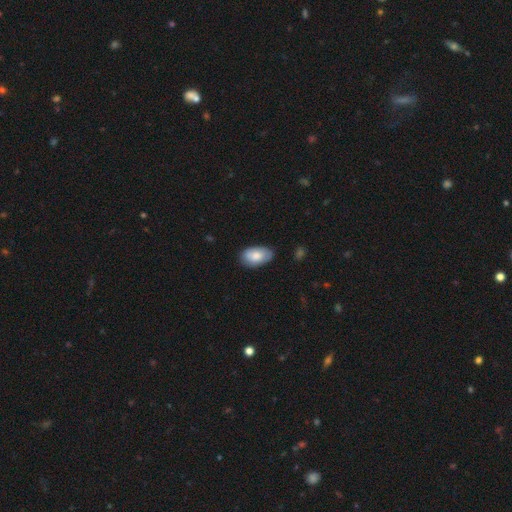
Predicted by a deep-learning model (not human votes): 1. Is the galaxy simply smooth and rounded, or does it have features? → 78% smooth, 16% featured or disk, 6% star or artifact.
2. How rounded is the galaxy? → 95% in between, 4% round, 1% cigar-shaped.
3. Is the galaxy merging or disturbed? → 77% none, 19% minor disturbance, 3% major disturbance, 1% merger.